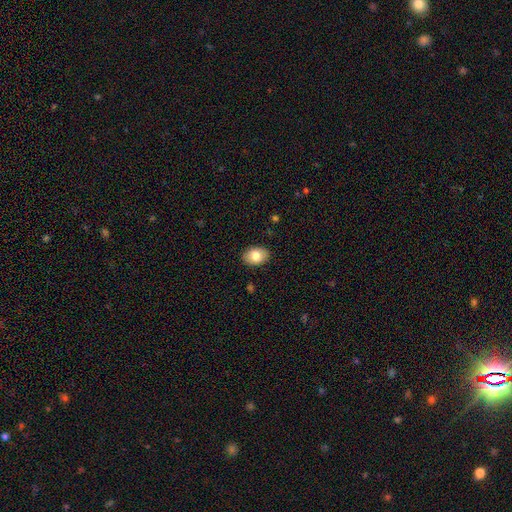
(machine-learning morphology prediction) smooth 82%, featured or disk 11%, star or artifact 7%. Down the decision tree: how rounded — in between (80%); merging — none (89%).